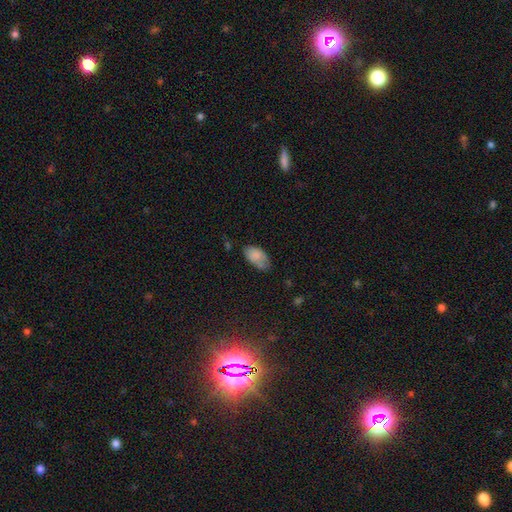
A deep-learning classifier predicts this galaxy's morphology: This is clearly a smooth galaxy (81%). How rounded: clearly in between (94%). Merging: possibly none (56%).